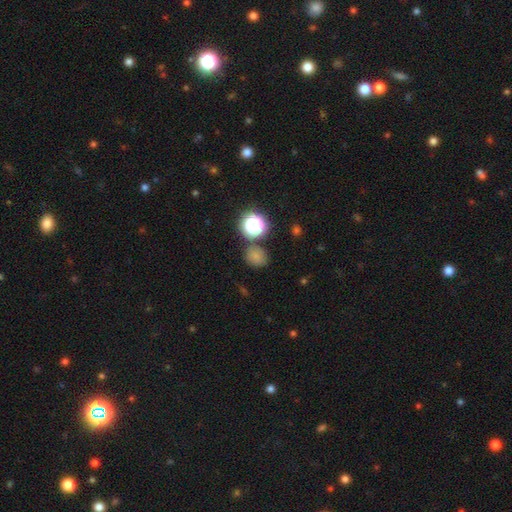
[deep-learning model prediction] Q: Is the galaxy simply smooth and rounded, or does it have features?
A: smooth — 72%.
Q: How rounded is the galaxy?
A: round — 77%.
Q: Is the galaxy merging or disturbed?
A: none — 76%.